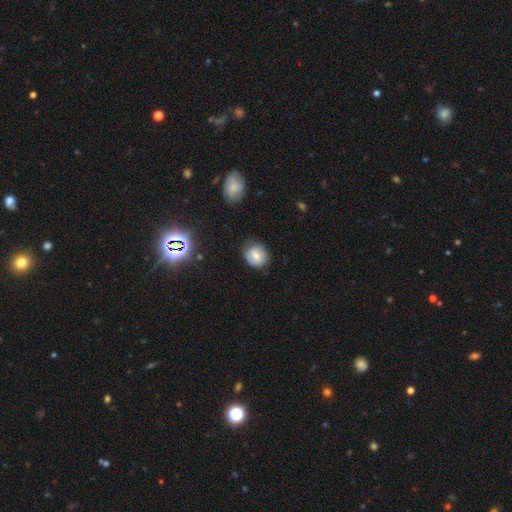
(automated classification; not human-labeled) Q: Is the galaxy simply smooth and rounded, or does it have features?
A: smooth — 69%.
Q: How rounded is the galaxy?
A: round — 77%.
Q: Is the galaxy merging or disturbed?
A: none — 75%.